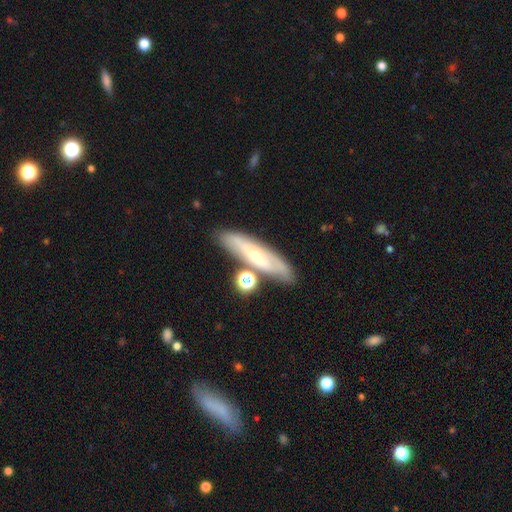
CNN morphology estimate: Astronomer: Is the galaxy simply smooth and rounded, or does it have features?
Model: featured or disk — 56% (runner-up: smooth, 35%).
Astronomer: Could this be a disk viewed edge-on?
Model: no — 54% (runner-up: yes, 46%).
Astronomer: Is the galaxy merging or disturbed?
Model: none — 71%.